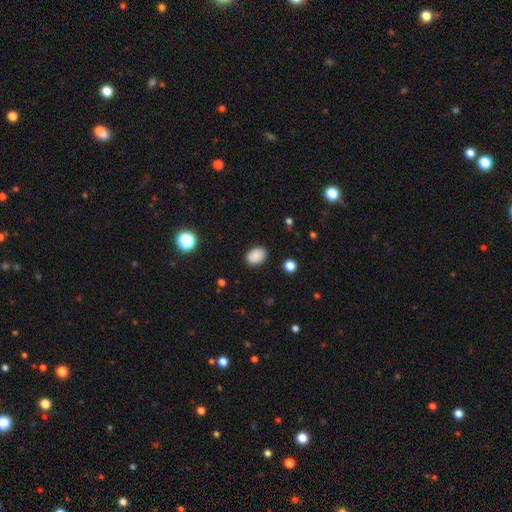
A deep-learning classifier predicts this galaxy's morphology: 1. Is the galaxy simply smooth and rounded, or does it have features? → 87% smooth, 9% star or artifact, 3% featured or disk.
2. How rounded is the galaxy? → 74% in between, 25% round, 1% cigar-shaped.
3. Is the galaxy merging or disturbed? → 87% none, 9% minor disturbance, 2% major disturbance, 1% merger.